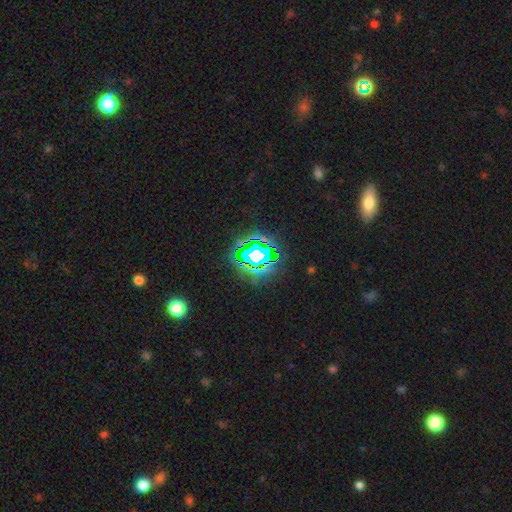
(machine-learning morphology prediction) Q: Smooth or featured?
A: star or artifact (62%); runner-up: featured or disk (20%)